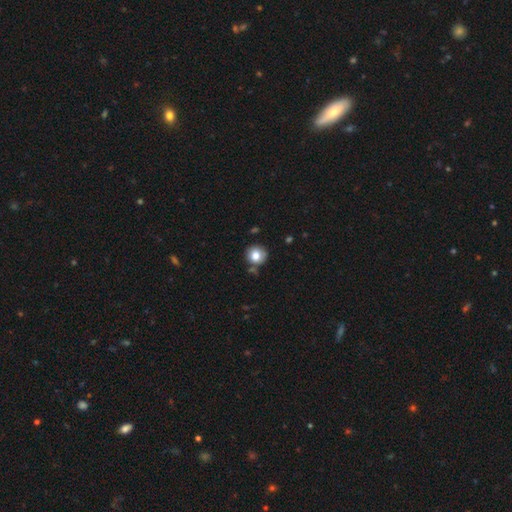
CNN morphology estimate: This appears to be a smooth galaxy with no disk features (81%) that is round (91%). Merging: none (78%).